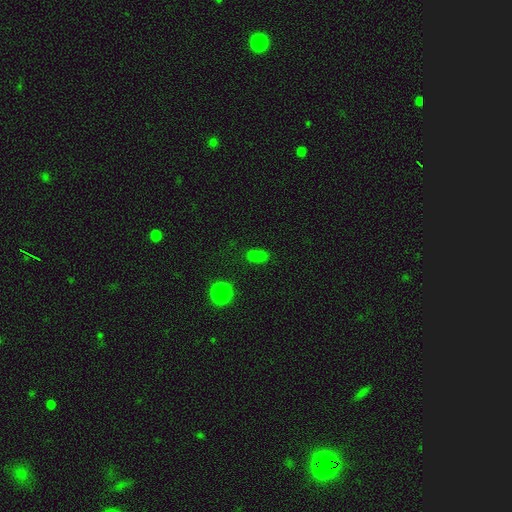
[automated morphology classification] Smooth or featured?
  - smooth: 65% *
  - star or artifact: 23%
  - featured or disk: 12%
How rounded?
  - round: 54% *
  - in between: 43%
  - cigar-shaped: 3%
Merging?
  - merger: 49% *
  - none: 35%
  - minor disturbance: 9%
  - major disturbance: 7%